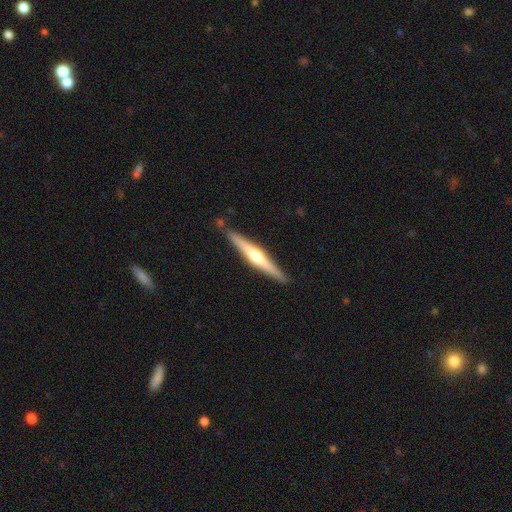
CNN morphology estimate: Smooth or featured? Predicted: featured or disk (p=0.68). Edge-on disk? Predicted: yes (p=0.98). Edge-on bulge? Predicted: rounded (p=0.86). Merging? Predicted: none (p=0.88).